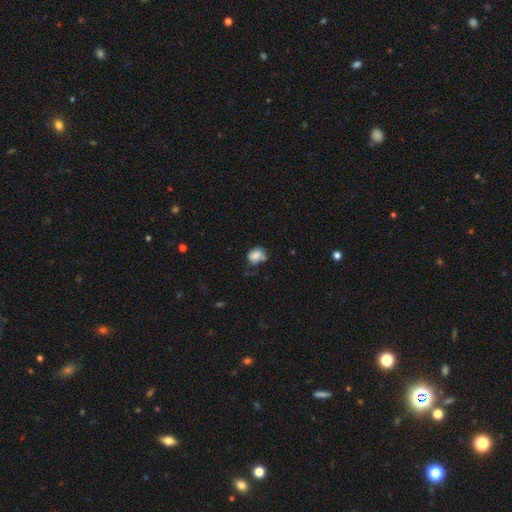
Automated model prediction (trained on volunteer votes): The model was most divided on "how rounded": in between: 51%, round: 48%, cigar-shaped: 1%. Remaining: smooth or featured — smooth (76%); merging — none (41%).